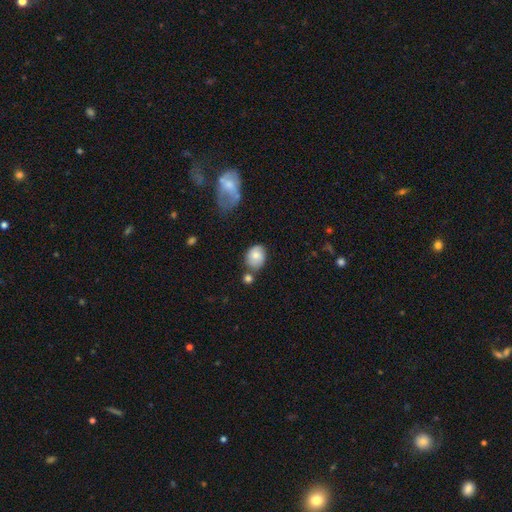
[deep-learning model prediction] The model was most divided on "how rounded": in between: 59%, round: 39%, cigar-shaped: 1%. More confident: smooth or featured — smooth (74%); merging — none (60%).